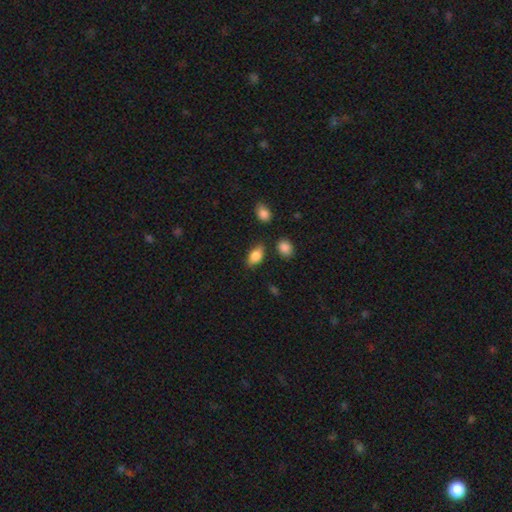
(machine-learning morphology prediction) Smooth or featured: smooth — 84% (featured or disk — 8%)
How rounded: in between — 90% (round — 7%)
Merging: none — 74% (minor disturbance — 17%)